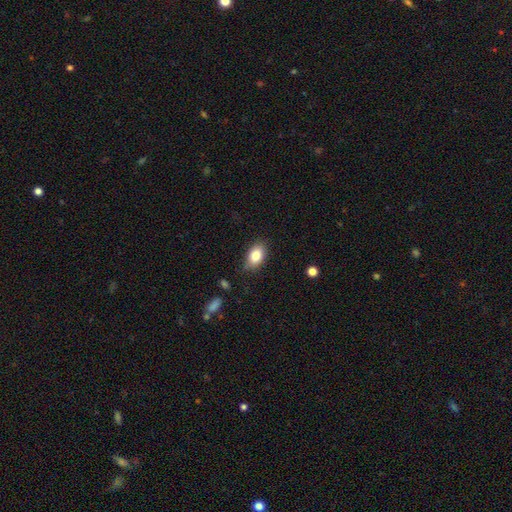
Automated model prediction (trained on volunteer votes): Overall: smooth (83%). How rounded: in between (88%). Merging: none (80%).